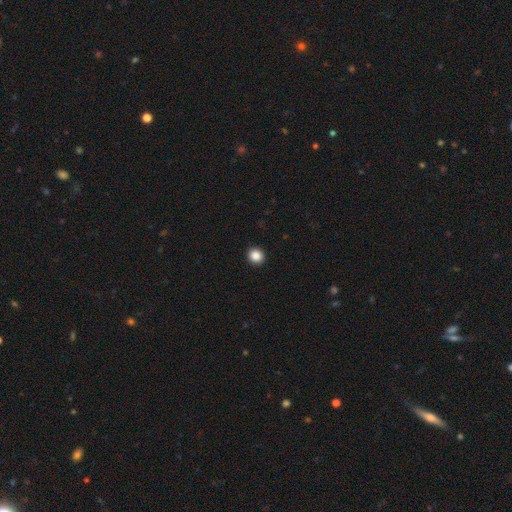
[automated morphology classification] Overall: smooth (87%). How rounded: round (90%). Merging: none (94%).